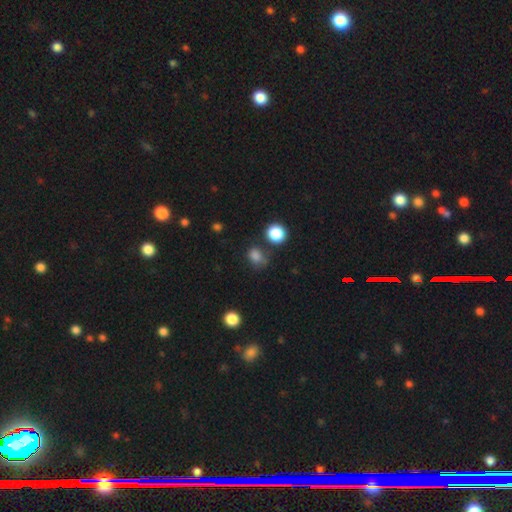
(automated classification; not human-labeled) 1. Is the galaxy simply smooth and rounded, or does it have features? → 80% smooth, 15% star or artifact, 6% featured or disk.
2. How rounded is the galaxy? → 55% round, 44% in between, 1% cigar-shaped.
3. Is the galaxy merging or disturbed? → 58% none, 22% minor disturbance, 11% merger, 10% major disturbance.